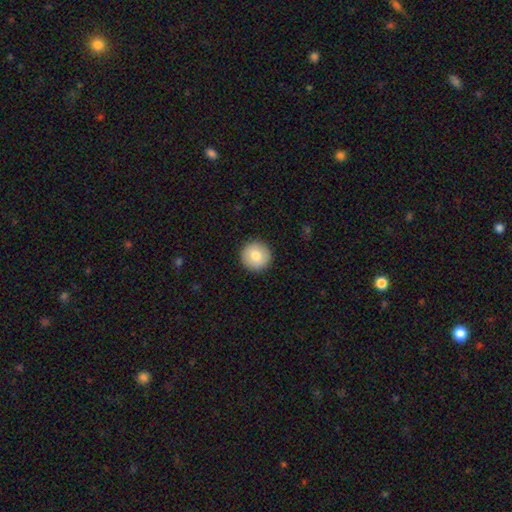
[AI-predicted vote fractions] Smooth or featured?
  - smooth: 80% *
  - featured or disk: 12%
  - star or artifact: 7%
How rounded?
  - round: 96% *
  - in between: 3%
  - cigar-shaped: 1%
Merging?
  - none: 93% *
  - minor disturbance: 5%
  - major disturbance: 2%
  - merger: 1%